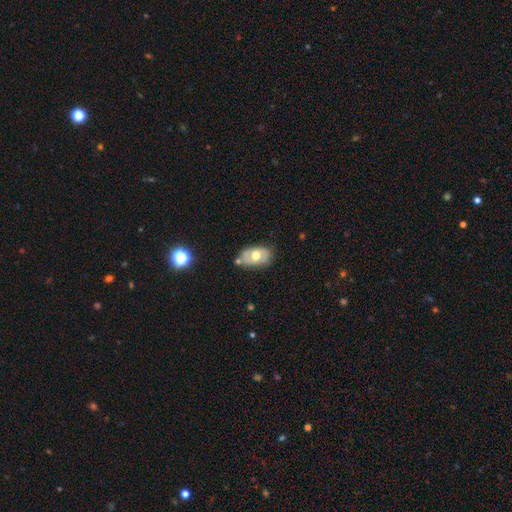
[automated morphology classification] Overall: featured or disk (48%; smooth 45%). Merging: none (62%; minor disturbance 24%).